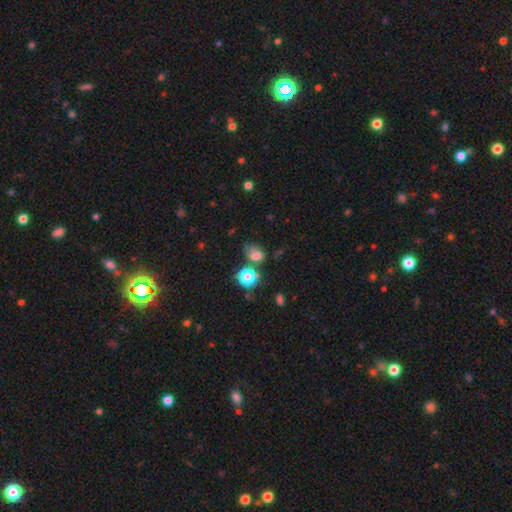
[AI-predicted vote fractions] This appears to be a smooth galaxy with no disk features (67%) that is in between round and cigar-shaped (55%). Merging: none (45%).